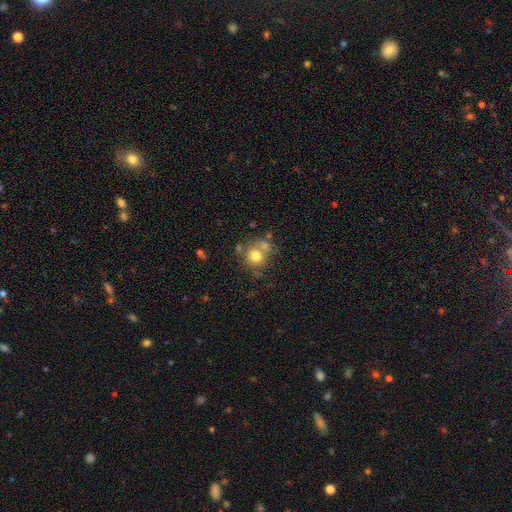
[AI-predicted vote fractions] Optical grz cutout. It shows a smooth galaxy with no disk features (74%) that is round (86%). Merging: none (56%).